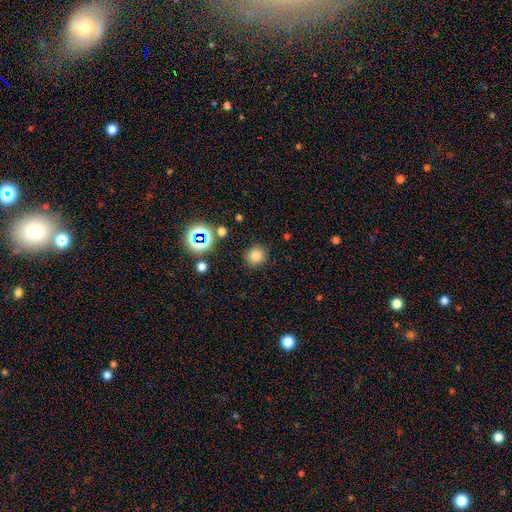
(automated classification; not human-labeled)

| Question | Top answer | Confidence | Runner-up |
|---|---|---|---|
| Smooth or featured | smooth | 78% | star or artifact (17%) |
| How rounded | round | 89% | in between (10%) |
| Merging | none | 87% | minor disturbance (8%) |